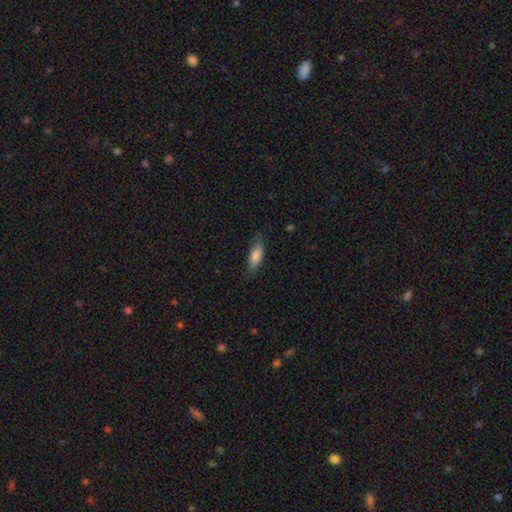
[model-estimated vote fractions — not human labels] A smooth galaxy with no disk features (81%) that is in between round and cigar-shaped (63%). Merging: none (76%).